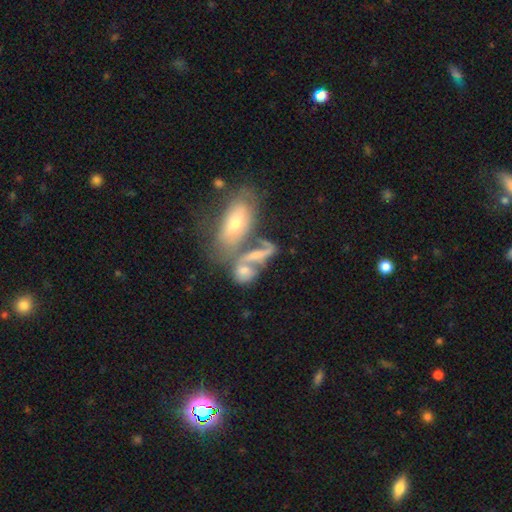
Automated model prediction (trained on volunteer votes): featured or disk 47%, smooth 41%, star or artifact 11%. Down the decision tree: merging — merger (53%).